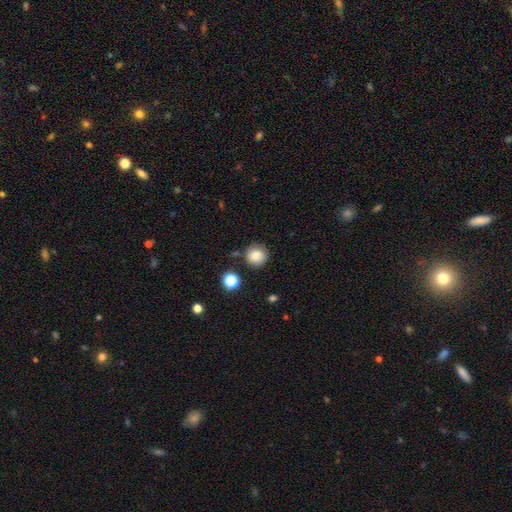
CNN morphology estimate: Smooth or featured? smooth (81%)
How rounded? round (92%)
Merging? none (82%)